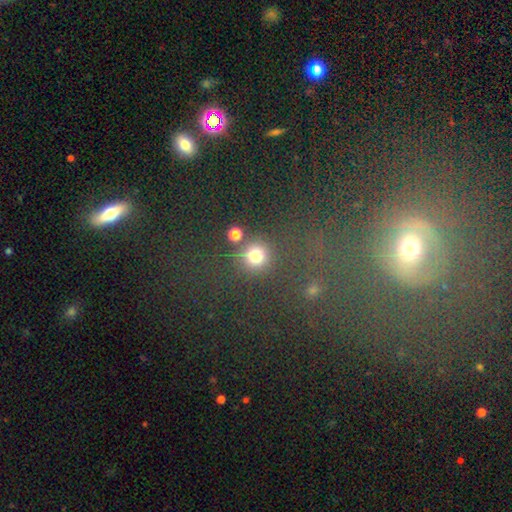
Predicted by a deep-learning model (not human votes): smooth_or_featured: smooth (p=0.73) [alt: star or artifact p=0.20]
how_rounded: round (p=0.89) [alt: in between p=0.09]
merging: none (p=0.74) [alt: merger p=0.11]